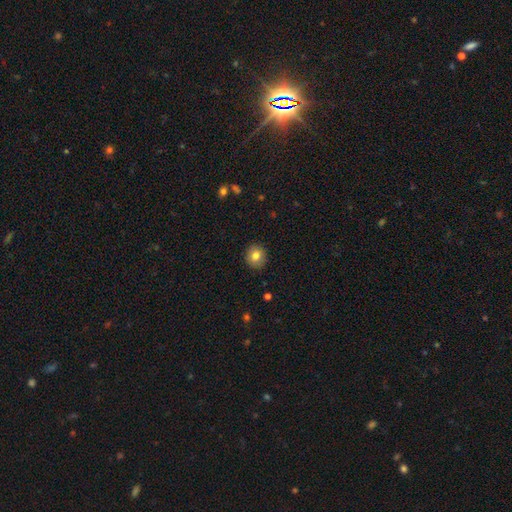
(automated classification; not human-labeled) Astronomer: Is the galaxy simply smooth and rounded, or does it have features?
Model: smooth — 81%.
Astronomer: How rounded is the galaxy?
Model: round — 85%.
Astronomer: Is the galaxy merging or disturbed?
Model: none — 90%.